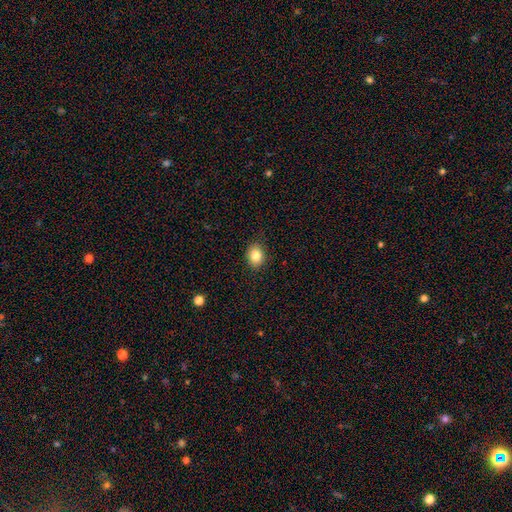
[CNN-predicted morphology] The model was most divided on "how rounded": round: 52%, in between: 47%, cigar-shaped: 1%. More confident: merging — none (88%); smooth or featured — smooth (82%).